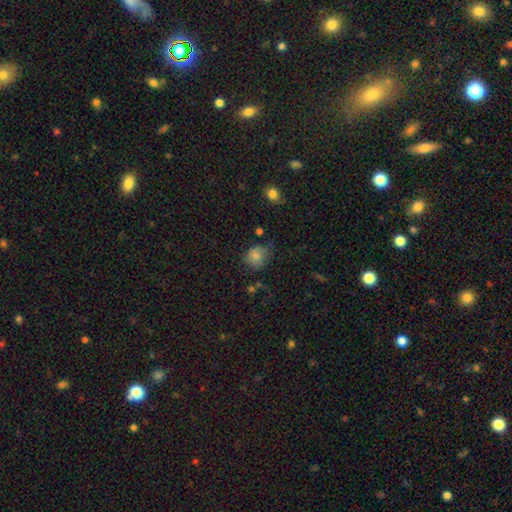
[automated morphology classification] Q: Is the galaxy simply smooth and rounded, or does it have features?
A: smooth — 81%.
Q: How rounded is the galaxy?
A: round — 64%.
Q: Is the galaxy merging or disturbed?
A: none — 58%.